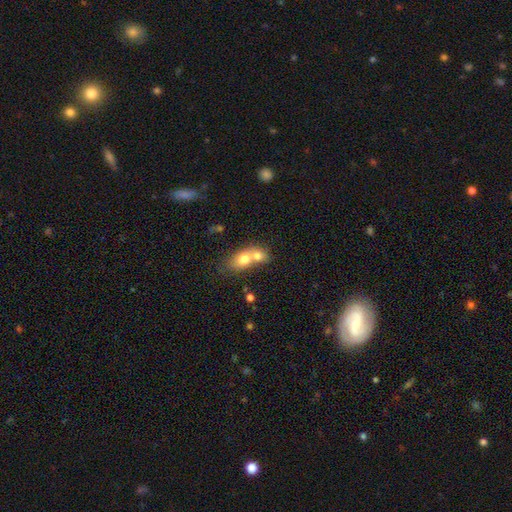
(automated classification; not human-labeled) A smooth galaxy with no disk features (56%) that is in between round and cigar-shaped (59%). Merging: none (49%).